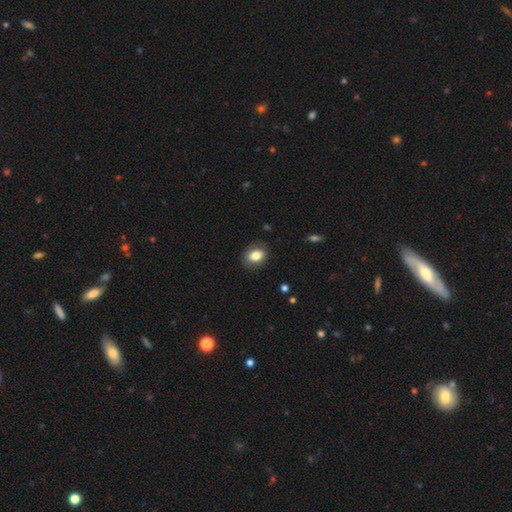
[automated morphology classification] A smooth galaxy with no disk features (81%) that is in between round and cigar-shaped (66%).

Vote fractions:
- Smooth or featured? smooth: 81% / featured or disk: 11% / star or artifact: 8%
- How rounded? in between: 66% / round: 33% / cigar-shaped: 1%
- Merging? none: 84% / minor disturbance: 12% / major disturbance: 3% / merger: 1%